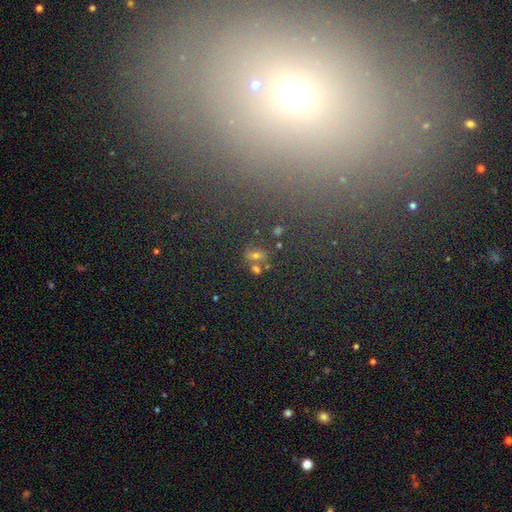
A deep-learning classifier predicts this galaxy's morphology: This appears to be a star or artifact, not a galaxy (44%).